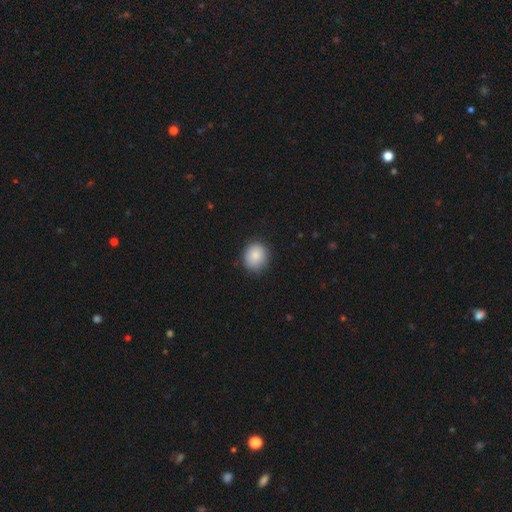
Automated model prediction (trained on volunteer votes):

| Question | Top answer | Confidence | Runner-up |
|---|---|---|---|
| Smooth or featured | smooth | 85% | star or artifact (8%) |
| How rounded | round | 76% | in between (23%) |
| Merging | none | 84% | minor disturbance (12%) |